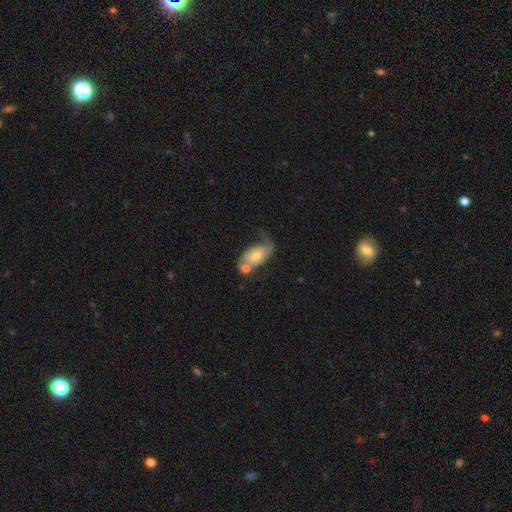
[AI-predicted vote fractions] This is possibly a smooth galaxy (50%). Merging: marginally none (29%, tied with merger).